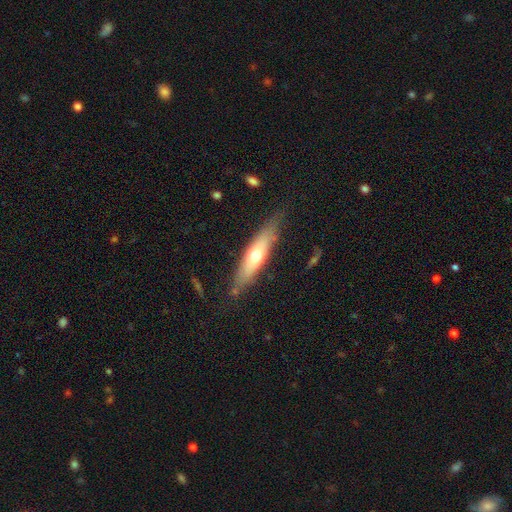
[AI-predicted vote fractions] Smooth or featured: smooth — 55% (featured or disk — 40%)
How rounded: cigar-shaped — 68% (in between — 30%)
Merging: none — 76% (minor disturbance — 17%)